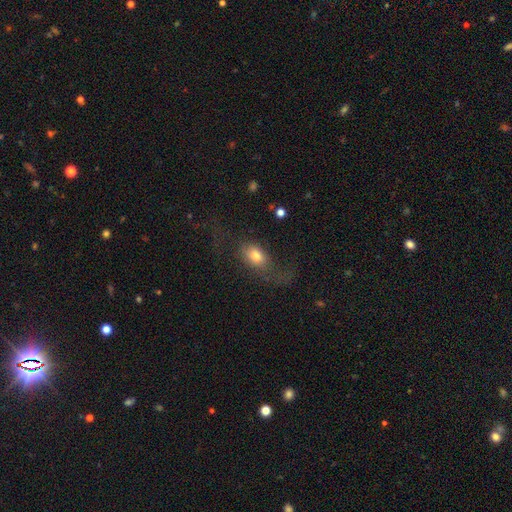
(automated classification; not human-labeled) This appears to be a smooth galaxy with no disk features (70%) that is in between round and cigar-shaped (80%). Merging: major disturbance (40%).